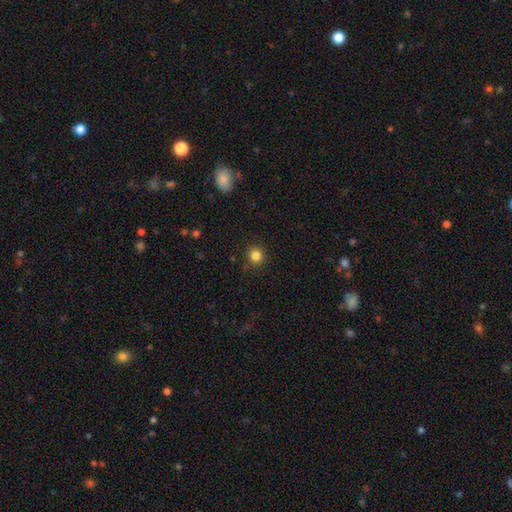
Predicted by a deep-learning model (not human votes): smooth 84%, star or artifact 12%, featured or disk 4%. Down the decision tree: how rounded — round (91%); merging — none (89%).